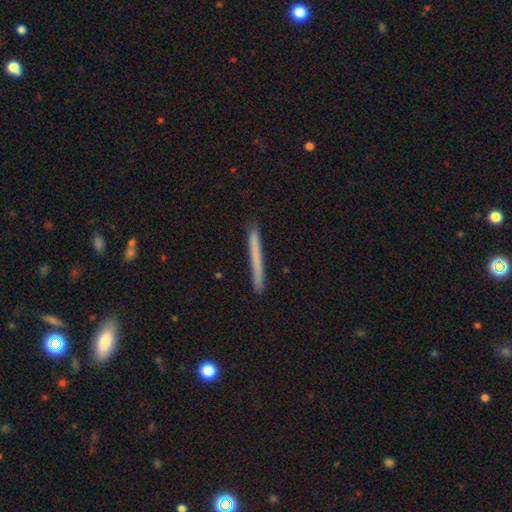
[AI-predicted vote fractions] The model was most divided on "smooth or featured": smooth: 65%, featured or disk: 28%, star or artifact: 6%. More confident: how rounded — cigar-shaped (97%); merging — none (91%).